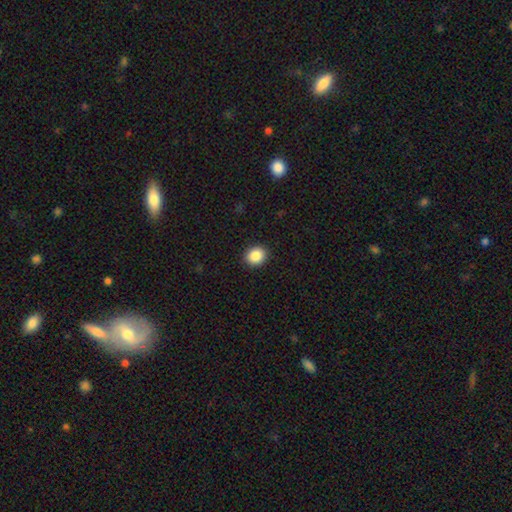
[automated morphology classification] This is clearly a smooth galaxy (87%). How rounded: likely round (72%). Merging: clearly none (92%).